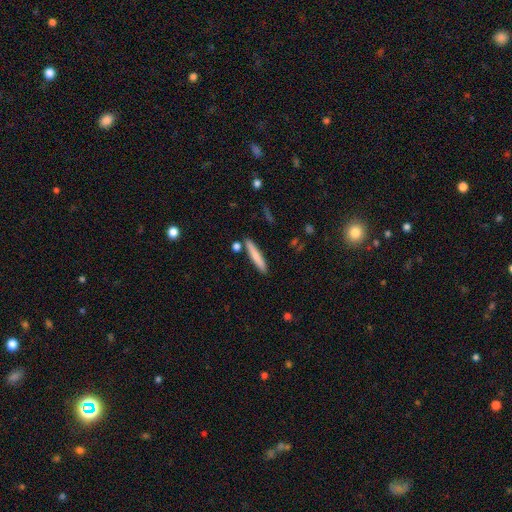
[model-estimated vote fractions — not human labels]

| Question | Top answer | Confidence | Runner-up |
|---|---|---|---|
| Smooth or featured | smooth | 76% | featured or disk (18%) |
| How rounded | cigar-shaped | 92% | in between (6%) |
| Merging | none | 85% | minor disturbance (8%) |